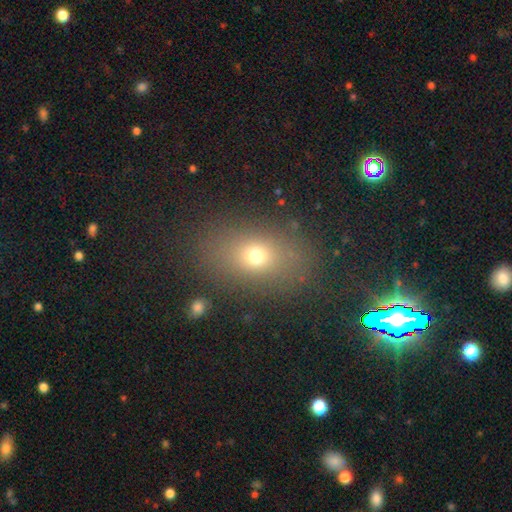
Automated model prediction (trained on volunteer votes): Smooth or featured: smooth — 69% (star or artifact — 17%)
How rounded: in between — 69% (round — 28%)
Merging: none — 82% (minor disturbance — 10%)